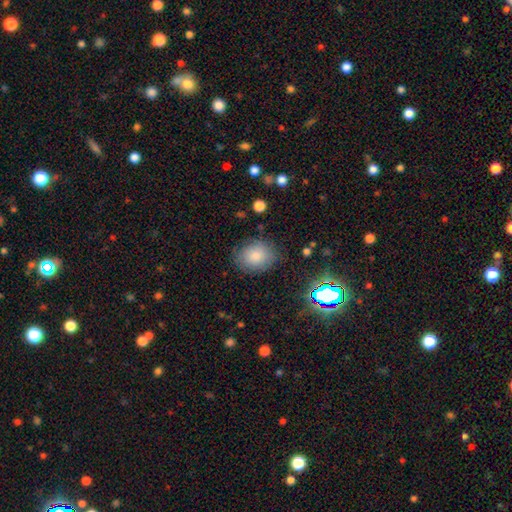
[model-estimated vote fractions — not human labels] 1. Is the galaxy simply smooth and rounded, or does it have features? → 82% smooth, 10% star or artifact, 8% featured or disk.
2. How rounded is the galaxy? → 55% round, 44% in between, 1% cigar-shaped.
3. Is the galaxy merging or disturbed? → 78% none, 15% minor disturbance, 5% major disturbance, 2% merger.